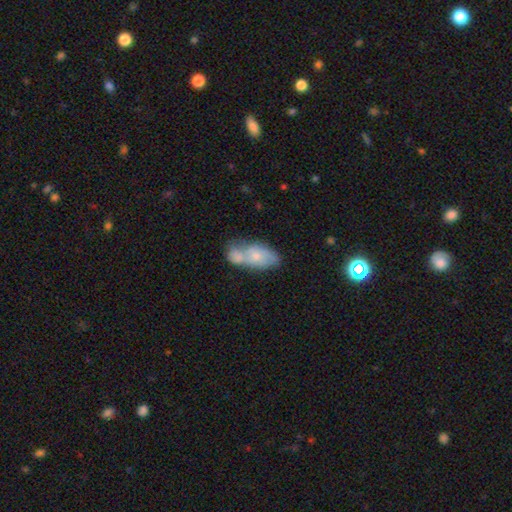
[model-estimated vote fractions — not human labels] smooth_or_featured: smooth (p=0.57) [alt: featured or disk p=0.36]
how_rounded: in between (p=0.88) [alt: cigar-shaped p=0.06]
merging: merger (p=0.57) [alt: none p=0.23]